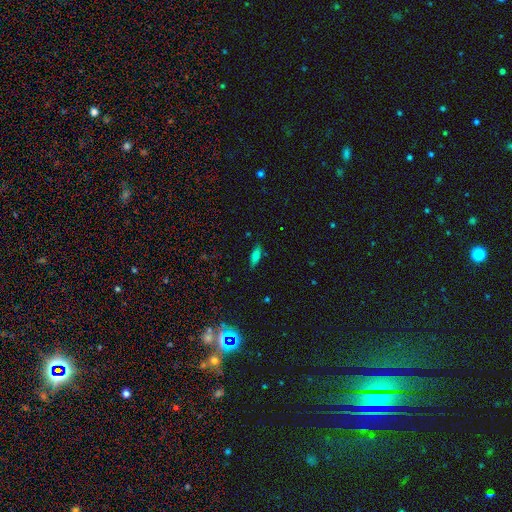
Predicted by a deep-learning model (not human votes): smooth_or_featured: smooth (p=0.65) [alt: featured or disk p=0.23]
how_rounded: in between (p=0.56) [alt: cigar-shaped p=0.41]
merging: none (p=0.85) [alt: minor disturbance p=0.11]